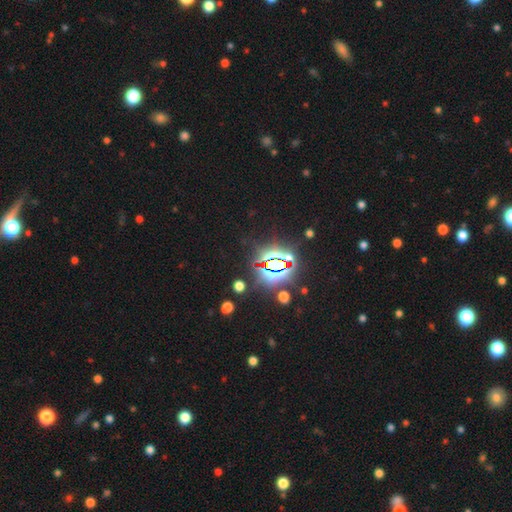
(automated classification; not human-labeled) Morphology: type=star or artifact (85%).